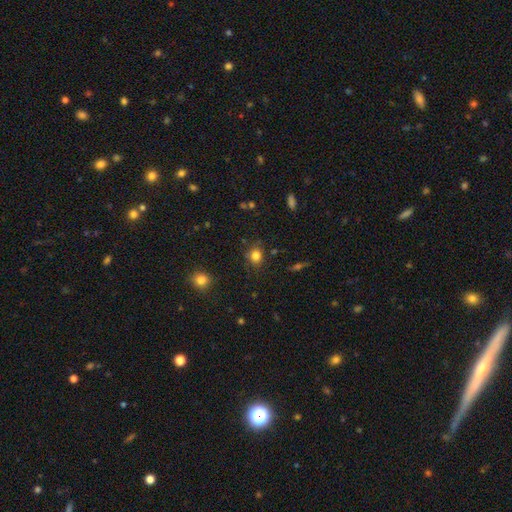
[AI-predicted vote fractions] Morphology: type=smooth (82%); roundness=round (71%); merging=none (79%).